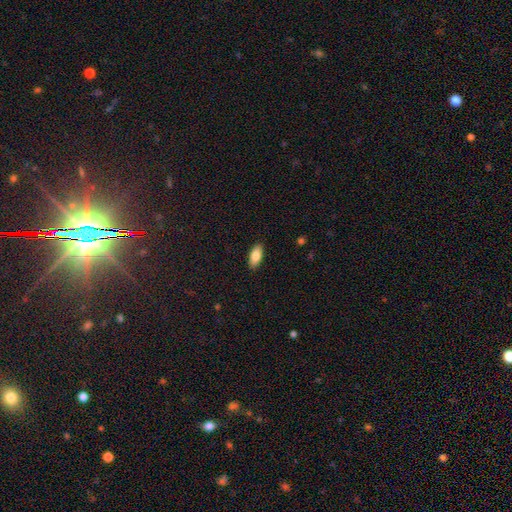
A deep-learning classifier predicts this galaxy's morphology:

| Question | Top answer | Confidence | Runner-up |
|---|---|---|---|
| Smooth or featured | smooth | 84% | featured or disk (9%) |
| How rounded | in between | 86% | cigar-shaped (12%) |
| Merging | none | 89% | minor disturbance (8%) |